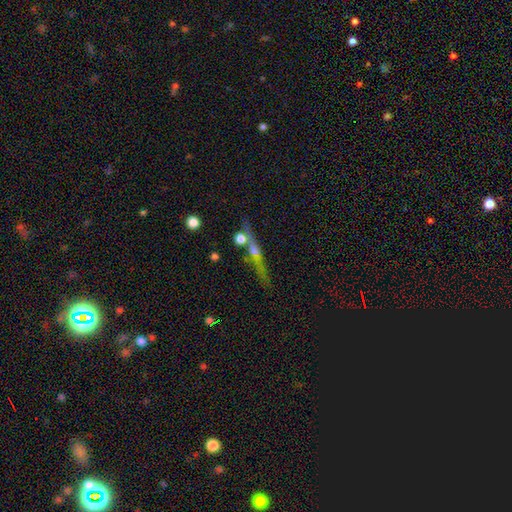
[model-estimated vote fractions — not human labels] smooth_or_featured: featured or disk (p=0.66) [alt: smooth p=0.20]
disk_edge_on: yes (p=0.91) [alt: no p=0.09]
edge_on_bulge: rounded (p=0.79) [alt: none p=0.15]
merging: none (p=0.72) [alt: merger p=0.12]